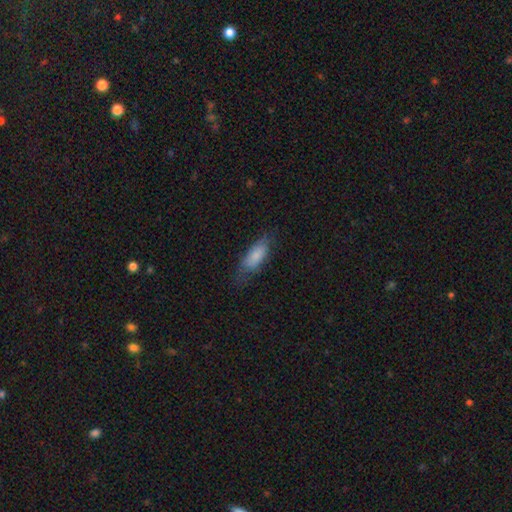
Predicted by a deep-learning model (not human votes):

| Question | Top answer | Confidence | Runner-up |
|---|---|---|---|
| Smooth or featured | smooth | 78% | featured or disk (15%) |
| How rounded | in between | 73% | cigar-shaped (24%) |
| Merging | none | 60% | minor disturbance (27%) |